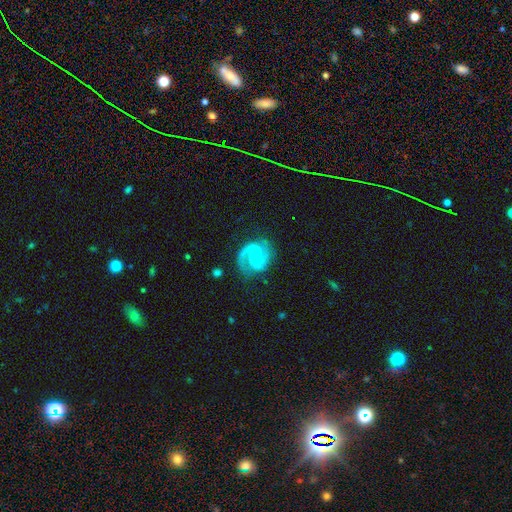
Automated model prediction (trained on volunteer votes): smooth-or-featured: featured or disk: 93% | smooth: 4% | star or artifact: 4%
  disk-edge-on: no: 98% | yes: 2%
    bar: weak: 46% | no: 37% | strong: 16%
    has-spiral-arms: yes: 98% | no: 2%
      spiral-winding: medium: 58% | tight: 32% | loose: 9%
      spiral-arm-count: 2: 93% | 1: 2% | can't tell: 2% | 3: 2% | 4: 1% | more than 4: 1%
    bulge-size: small: 53% | none: 27% | moderate: 18% | large: 2% | dominant: 1%
  merging: none: 78% | minor disturbance: 15% | major disturbance: 6% | merger: 2%